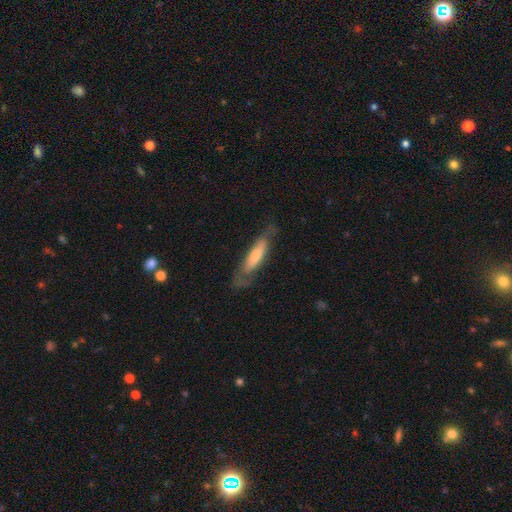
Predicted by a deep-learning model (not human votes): Smooth or featured? smooth (58%)
How rounded? cigar-shaped (71%)
Merging? none (66%)